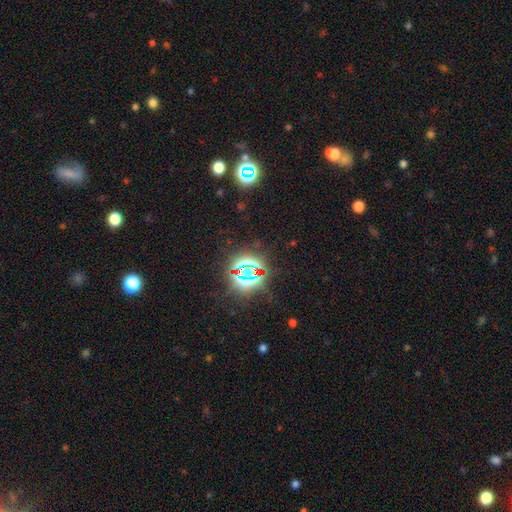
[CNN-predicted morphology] Smooth or featured? star or artifact (82%)